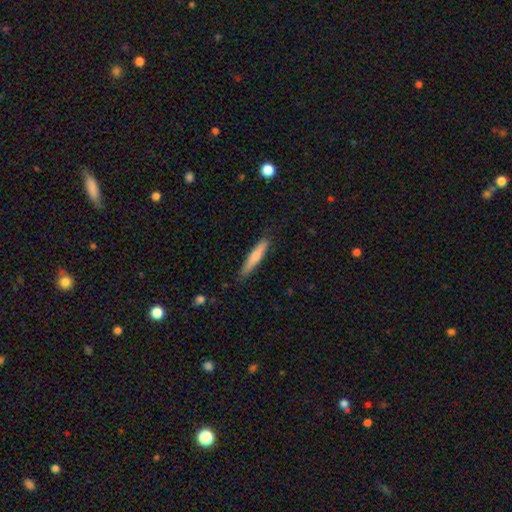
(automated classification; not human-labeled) The model was most divided on "smooth or featured": smooth: 70%, featured or disk: 24%, star or artifact: 5%. More confident: how rounded — cigar-shaped (91%); merging — none (84%).